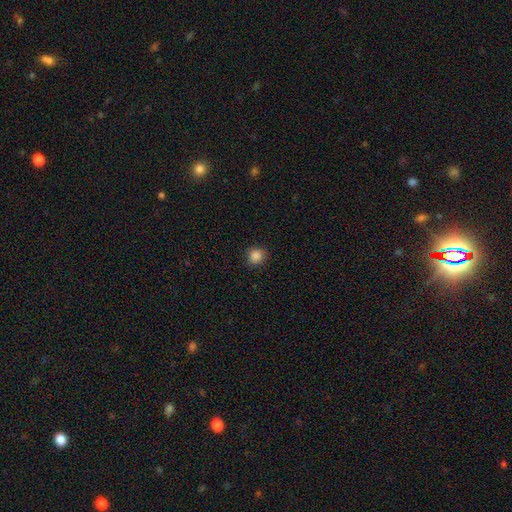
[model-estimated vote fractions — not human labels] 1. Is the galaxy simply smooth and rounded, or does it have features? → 86% smooth, 11% star or artifact, 3% featured or disk.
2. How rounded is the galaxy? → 89% round, 10% in between, 1% cigar-shaped.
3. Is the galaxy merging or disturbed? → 88% none, 9% minor disturbance, 2% major disturbance, 1% merger.